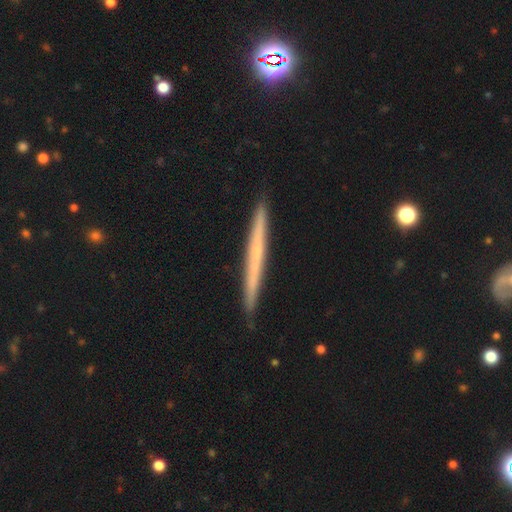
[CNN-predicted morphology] type=featured or disk (50%); edge-on=yes (97%); merging=none (91%).